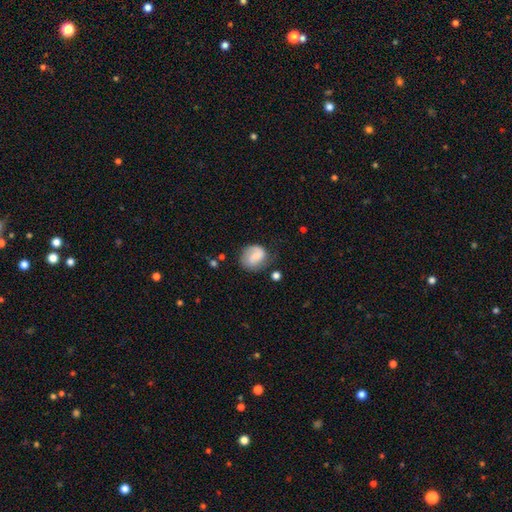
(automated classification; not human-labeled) A featured or disk galaxy (51%) with a weak bar (46%), spiral arms (86%) and a small central bulge (38%).

Vote fractions:
- Smooth or featured? featured or disk: 51% / smooth: 41% / star or artifact: 8%
- Edge-on disk? no: 98% / yes: 2%
- Bar? weak: 46% / no: 40% / strong: 14%
- Spiral arms? yes: 86% / no: 14%
- Bulge size? small: 38% / moderate: 28% / none: 26% / large: 6% / dominant: 2%
- Merging? none: 61% / minor disturbance: 23% / major disturbance: 12% / merger: 3%